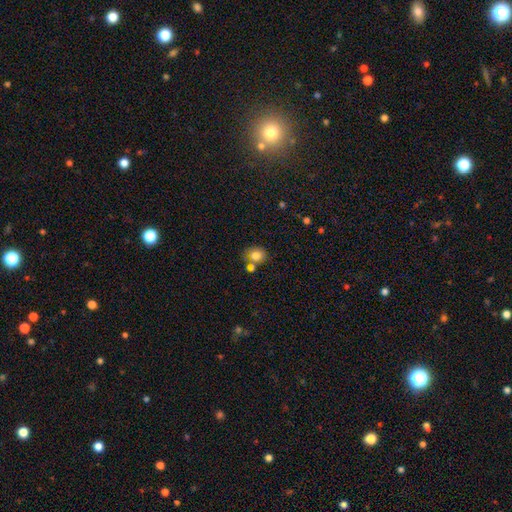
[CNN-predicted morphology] Smooth or featured? Predicted: smooth (p=0.76). How rounded? Predicted: round (p=0.61). Merging? Predicted: none (p=0.47).